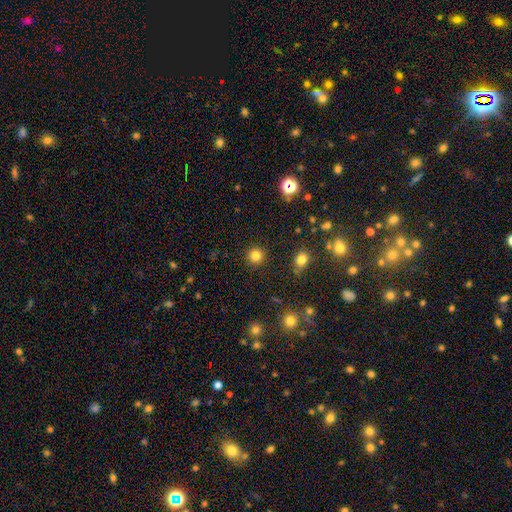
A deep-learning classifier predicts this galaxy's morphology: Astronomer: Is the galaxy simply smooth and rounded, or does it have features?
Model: smooth — 82%.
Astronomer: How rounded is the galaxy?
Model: round — 94%.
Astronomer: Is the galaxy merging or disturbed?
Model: none — 91%.